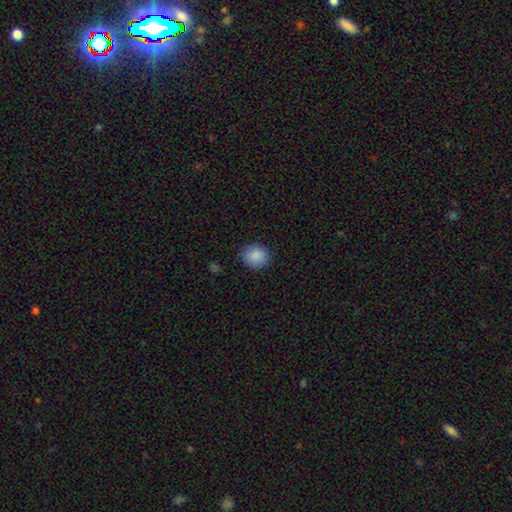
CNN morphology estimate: This appears to be a smooth galaxy with no disk features (89%) that is round (82%). Merging: none (87%).